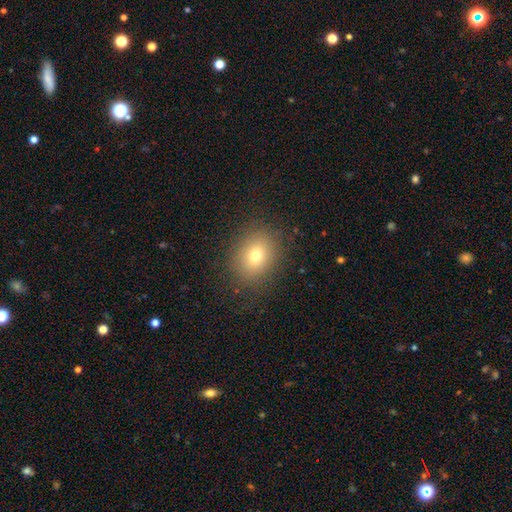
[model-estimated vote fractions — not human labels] This appears to be a smooth galaxy with no disk features (73%) that is round (55%). Merging: none (86%).